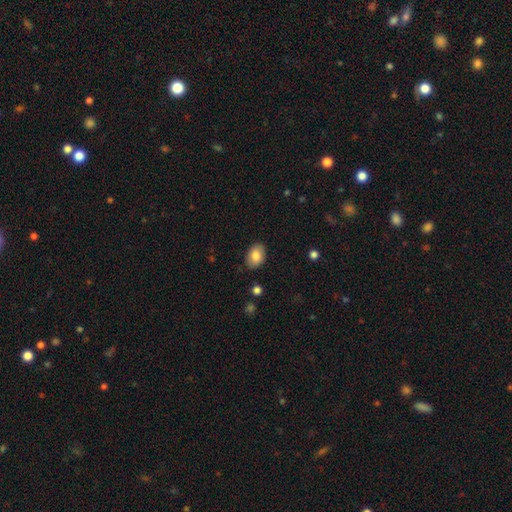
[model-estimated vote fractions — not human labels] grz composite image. It shows a smooth galaxy with no disk features (83%) that is in between round and cigar-shaped (84%). Merging: none (86%).